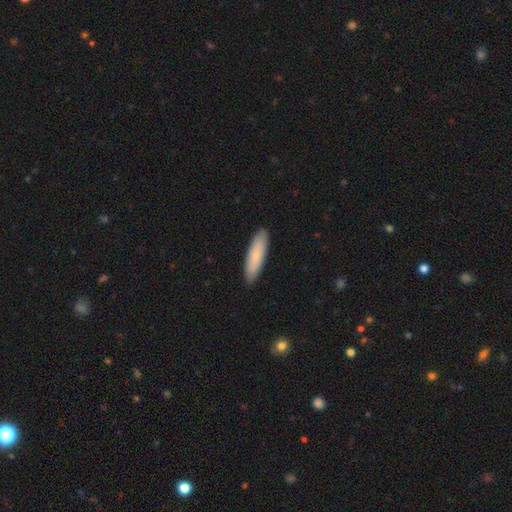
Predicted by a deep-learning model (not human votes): smooth 80%, featured or disk 15%, star or artifact 5%. Down the decision tree: how rounded — cigar-shaped (67%); merging — none (90%).